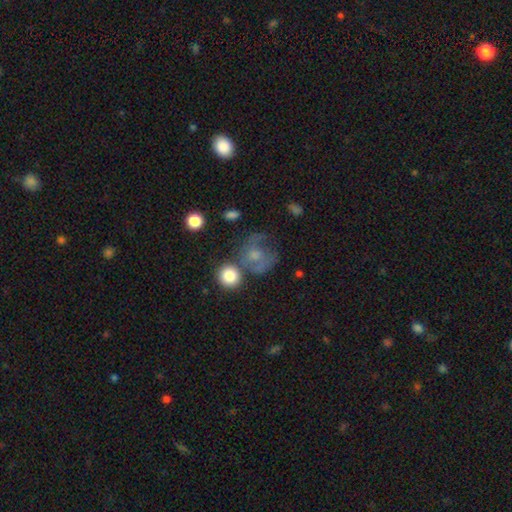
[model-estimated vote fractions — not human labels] Smooth or featured?
  - smooth: 48% *
  - featured or disk: 39%
  - star or artifact: 13%
Merging?
  - none: 43% *
  - major disturbance: 23%
  - minor disturbance: 20%
  - merger: 15%